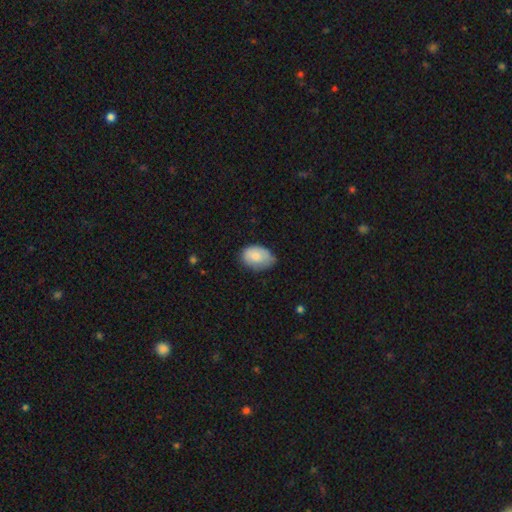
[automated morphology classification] A smooth galaxy with no disk features (78%) that is in between round and cigar-shaped (87%).

Vote fractions:
- Smooth or featured? smooth: 78% / featured or disk: 15% / star or artifact: 6%
- How rounded? in between: 87% / round: 12% / cigar-shaped: 1%
- Merging? none: 59% / minor disturbance: 33% / major disturbance: 6% / merger: 1%